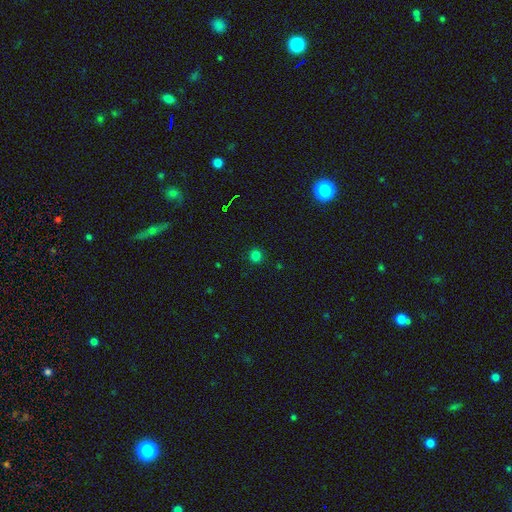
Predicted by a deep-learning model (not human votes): Overall: smooth (79%). How rounded: round (89%). Merging: none (91%).